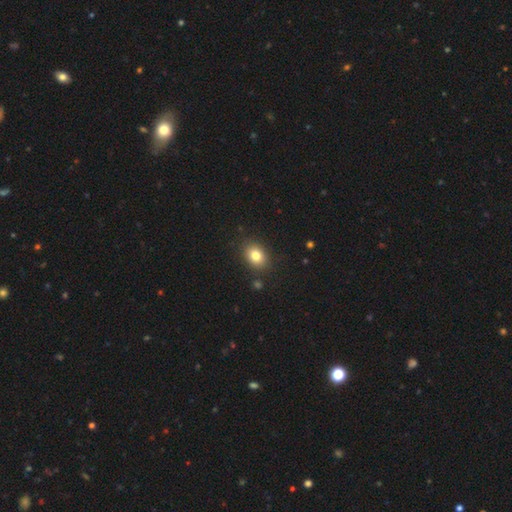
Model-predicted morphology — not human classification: This appears to be a smooth galaxy with no disk features (82%) that is in between round and cigar-shaped (65%). Merging: none (87%).